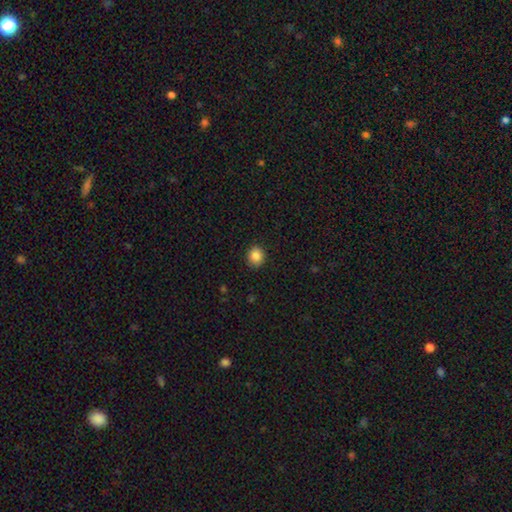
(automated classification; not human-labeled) smooth_or_featured: smooth (p=0.87) [alt: star or artifact p=0.10]
how_rounded: round (p=0.80) [alt: in between p=0.19]
merging: none (p=0.90) [alt: minor disturbance p=0.07]